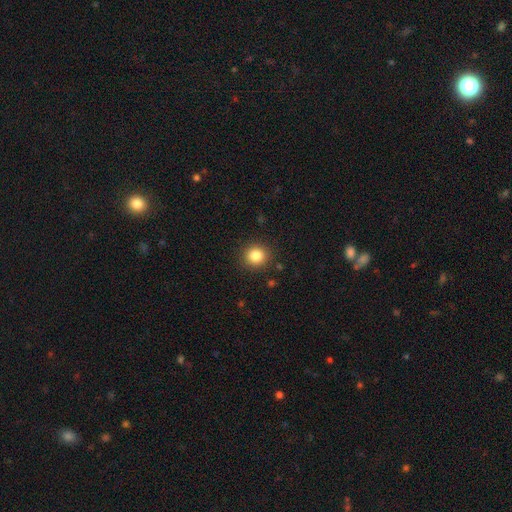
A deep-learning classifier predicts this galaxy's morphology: Q: Smooth or featured?
A: smooth (85%); runner-up: star or artifact (10%)
Q: How rounded?
A: round (88%); runner-up: in between (11%)
Q: Merging?
A: none (90%); runner-up: minor disturbance (7%)